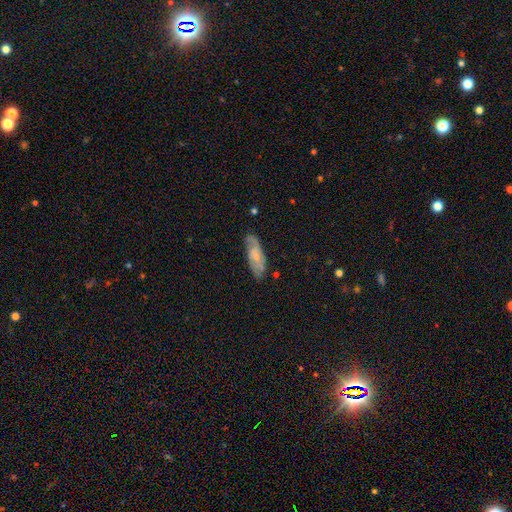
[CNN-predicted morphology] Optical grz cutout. It shows a featured or disk galaxy (57%). Merging: none (73%).